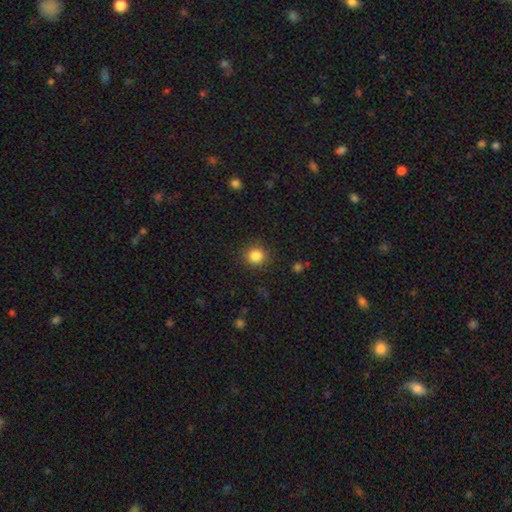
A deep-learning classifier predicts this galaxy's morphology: This appears to be a smooth galaxy with no disk features (85%) that is round (92%). Merging: none (90%).